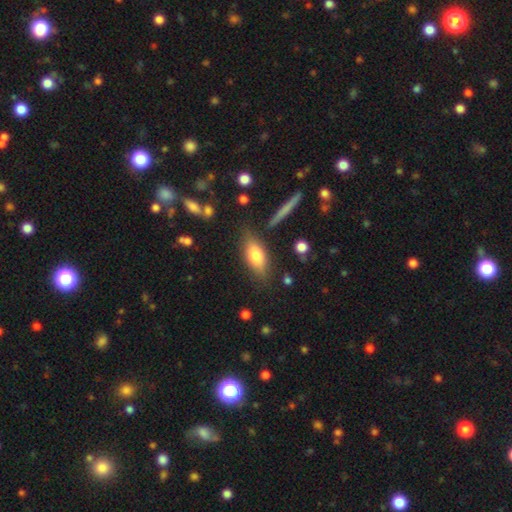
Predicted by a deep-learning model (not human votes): This appears to be a smooth galaxy with no disk features (74%) that is in between round and cigar-shaped (78%). Merging: none (77%).